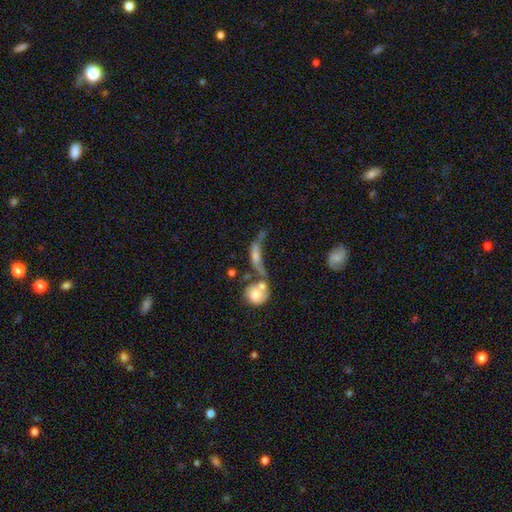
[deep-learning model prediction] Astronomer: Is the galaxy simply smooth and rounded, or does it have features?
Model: featured or disk — 48% (runner-up: smooth, 37%).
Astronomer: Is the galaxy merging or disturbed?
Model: merger — 46% (runner-up: major disturbance, 22%).